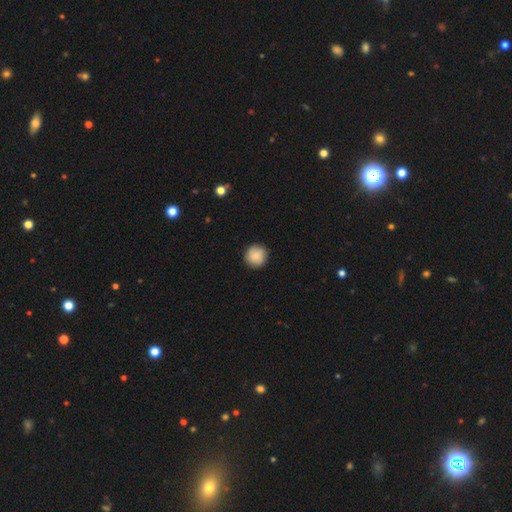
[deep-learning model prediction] The model was most divided on "smooth or featured": smooth: 85%, featured or disk: 8%, star or artifact: 7%. More confident: how rounded — round (95%); merging — none (89%).